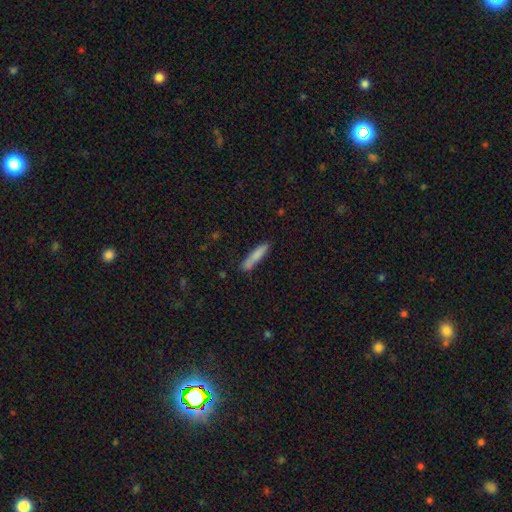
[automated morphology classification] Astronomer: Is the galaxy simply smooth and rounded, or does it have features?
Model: smooth — 80%.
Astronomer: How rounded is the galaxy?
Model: cigar-shaped — 89%.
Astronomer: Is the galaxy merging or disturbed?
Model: none — 76%.